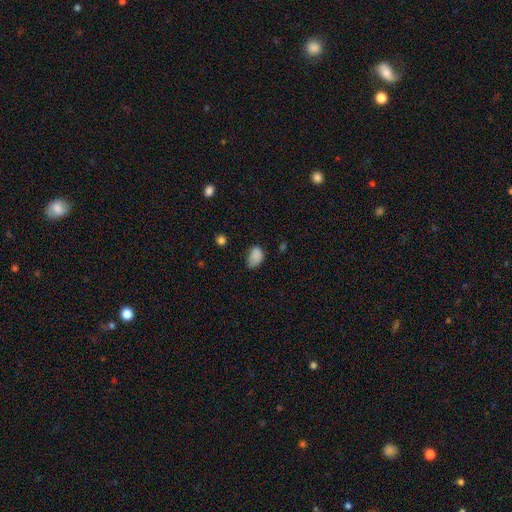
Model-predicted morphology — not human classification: Overall: smooth (84%). How rounded: in between (84%). Merging: none (47%; minor disturbance 39%).